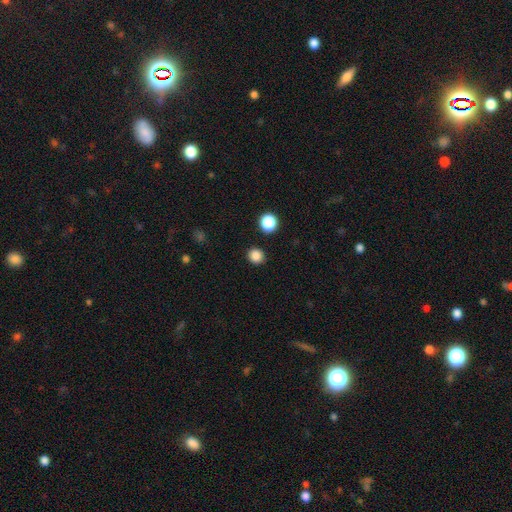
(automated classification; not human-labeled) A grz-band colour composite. It shows a smooth galaxy with no disk features (85%) that is round (88%). Merging: none (90%).